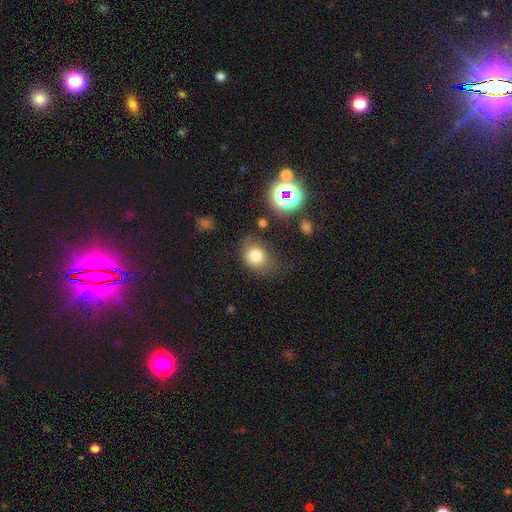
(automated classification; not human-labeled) Smooth or featured? smooth (78%)
How rounded? in between (52%)
Merging? none (64%)